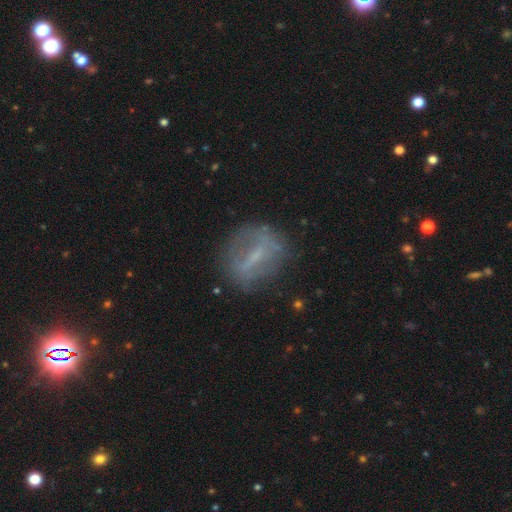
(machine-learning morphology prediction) smooth-or-featured: featured or disk: 52% | smooth: 36% | star or artifact: 12%
  disk-edge-on: no: 85% | yes: 15%
  merging: none: 72% | minor disturbance: 17% | major disturbance: 9% | merger: 2%